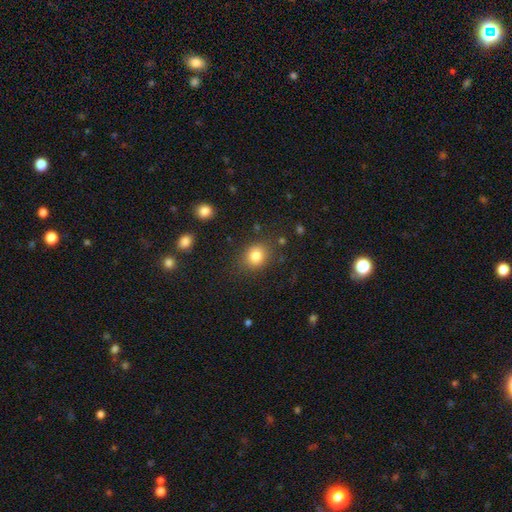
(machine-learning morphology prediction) Smooth or featured?
  - smooth: 83% *
  - star or artifact: 11%
  - featured or disk: 7%
How rounded?
  - round: 66% *
  - in between: 33%
  - cigar-shaped: 1%
Merging?
  - none: 82% *
  - minor disturbance: 12%
  - major disturbance: 4%
  - merger: 2%